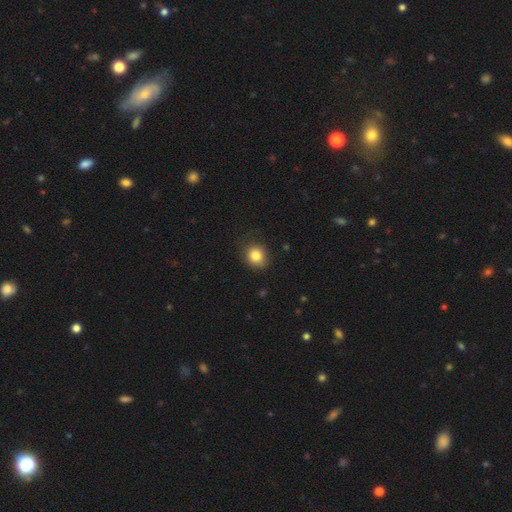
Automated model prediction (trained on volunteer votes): Smooth or featured? Predicted: smooth (p=0.84). How rounded? Predicted: round (p=0.75). Merging? Predicted: none (p=0.80).